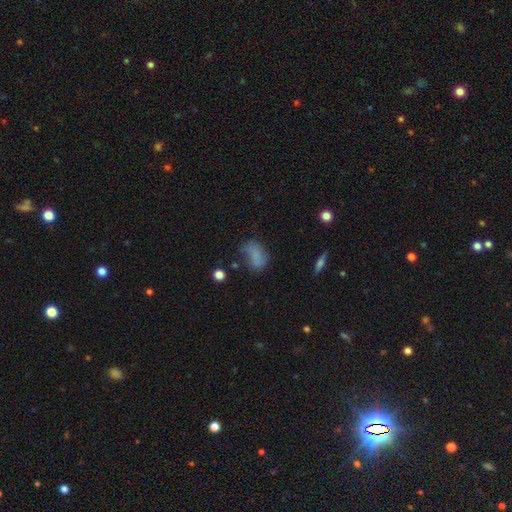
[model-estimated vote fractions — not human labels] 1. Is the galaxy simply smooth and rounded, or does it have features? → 69% smooth, 17% featured or disk, 14% star or artifact.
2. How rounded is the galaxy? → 84% in between, 12% round, 4% cigar-shaped.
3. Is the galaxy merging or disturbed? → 41% none, 28% minor disturbance, 22% major disturbance, 10% merger.